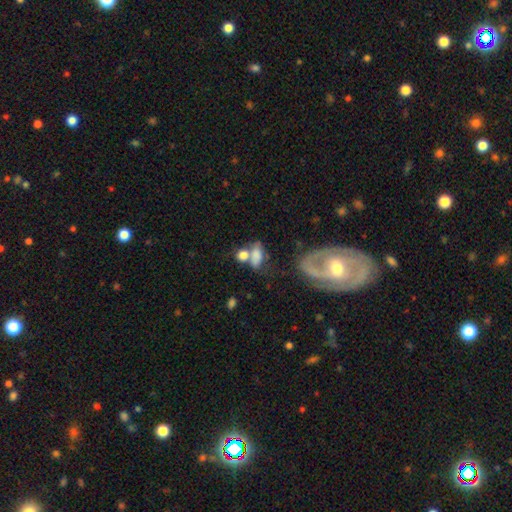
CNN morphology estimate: Q: Smooth or featured?
A: smooth (69%); runner-up: featured or disk (20%)
Q: How rounded?
A: in between (79%); runner-up: round (17%)
Q: Merging?
A: merger (44%); runner-up: none (26%)